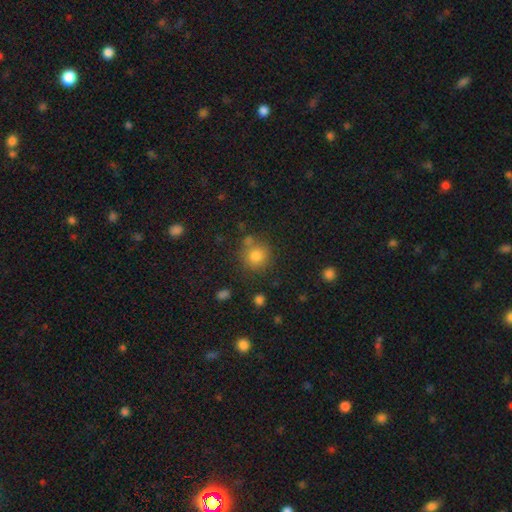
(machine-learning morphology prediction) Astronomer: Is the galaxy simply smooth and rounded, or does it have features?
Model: smooth — 80%.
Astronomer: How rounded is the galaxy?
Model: round — 91%.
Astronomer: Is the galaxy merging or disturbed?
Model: none — 73%.